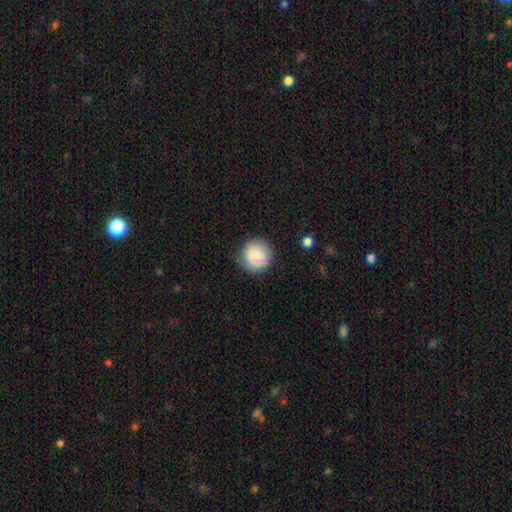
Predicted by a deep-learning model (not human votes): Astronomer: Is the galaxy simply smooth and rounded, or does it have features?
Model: smooth — 81%.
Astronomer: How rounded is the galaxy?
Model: round — 93%.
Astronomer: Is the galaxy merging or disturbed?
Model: none — 81%.